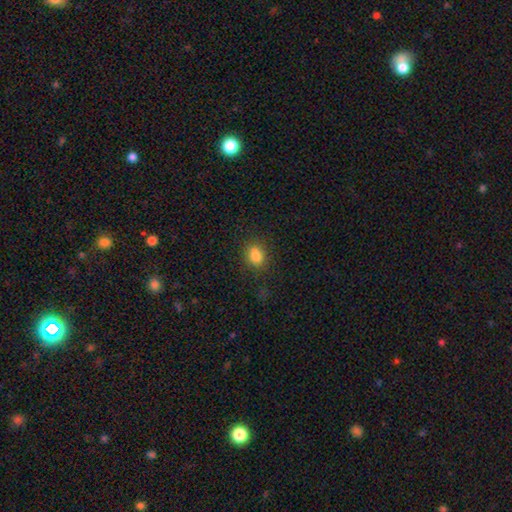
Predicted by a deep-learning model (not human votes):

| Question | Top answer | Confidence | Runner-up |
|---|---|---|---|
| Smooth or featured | smooth | 84% | star or artifact (11%) |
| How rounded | in between | 53% | round (46%) |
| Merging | none | 85% | minor disturbance (10%) |